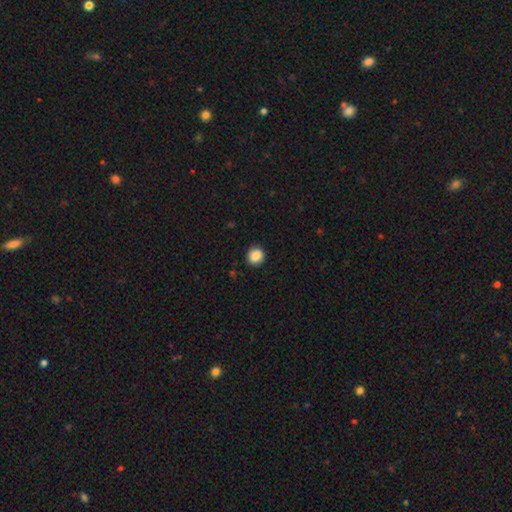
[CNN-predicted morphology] This is clearly a smooth galaxy (87%). How rounded: clearly round (86%). Merging: clearly none (88%).